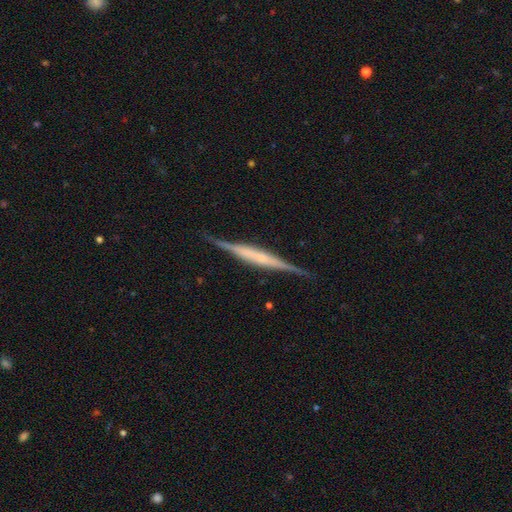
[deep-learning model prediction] A featured or disk galaxy (75%) viewed edge-on (97%) with a boxy central bulge (39%). Merging: none (83%).